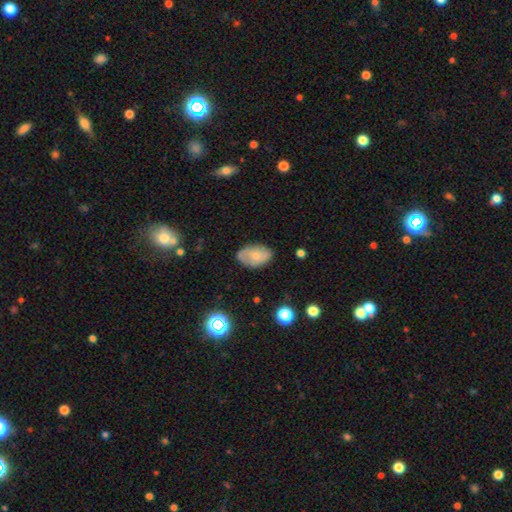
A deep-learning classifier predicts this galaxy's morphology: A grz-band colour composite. It shows a smooth galaxy with no disk features (66%) that is in between round and cigar-shaped (91%). Merging: none (74%).